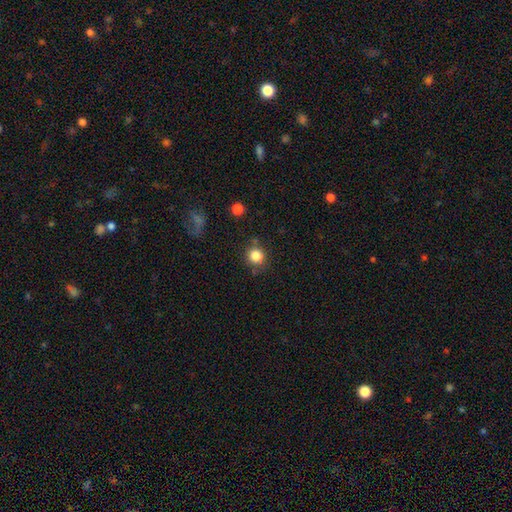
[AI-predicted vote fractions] Smooth or featured: smooth — 84% (star or artifact — 11%)
How rounded: round — 91% (in between — 8%)
Merging: none — 79% (minor disturbance — 12%)